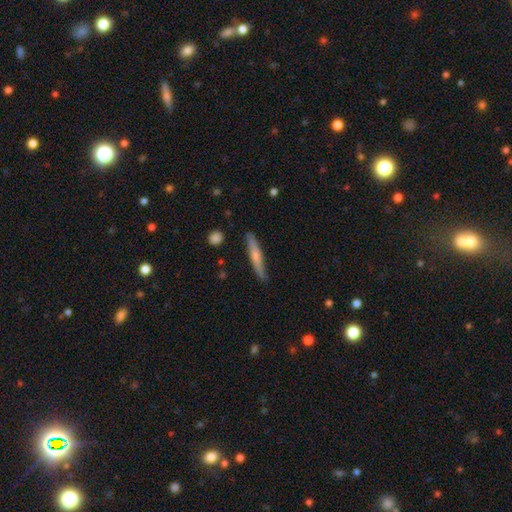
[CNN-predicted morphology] The model was most divided on "smooth or featured": smooth: 52%, featured or disk: 42%, star or artifact: 6%. More confident: how rounded — cigar-shaped (92%); merging — none (79%).